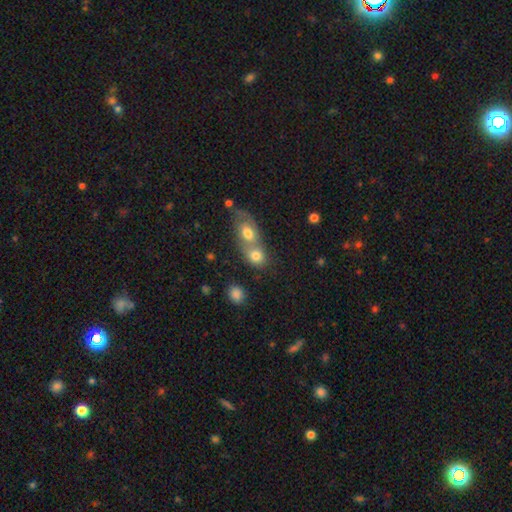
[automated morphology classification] Smooth or featured?
  - smooth: 75% *
  - featured or disk: 15%
  - star or artifact: 10%
How rounded?
  - in between: 50% *
  - round: 47%
  - cigar-shaped: 3%
Merging?
  - merger: 63% *
  - none: 27%
  - minor disturbance: 7%
  - major disturbance: 3%